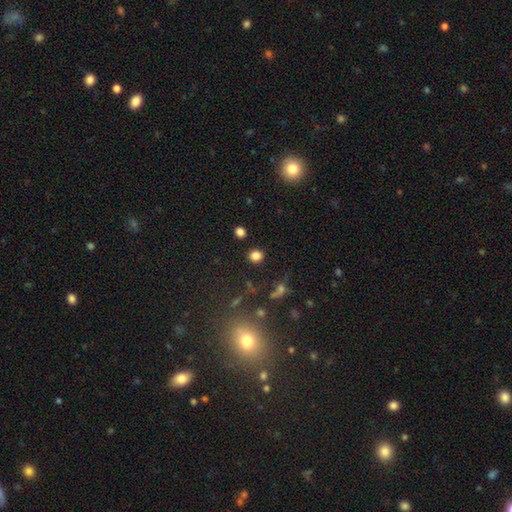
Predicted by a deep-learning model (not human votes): Smooth or featured: smooth — 80% (star or artifact — 15%)
How rounded: round — 84% (in between — 15%)
Merging: none — 86% (minor disturbance — 7%)